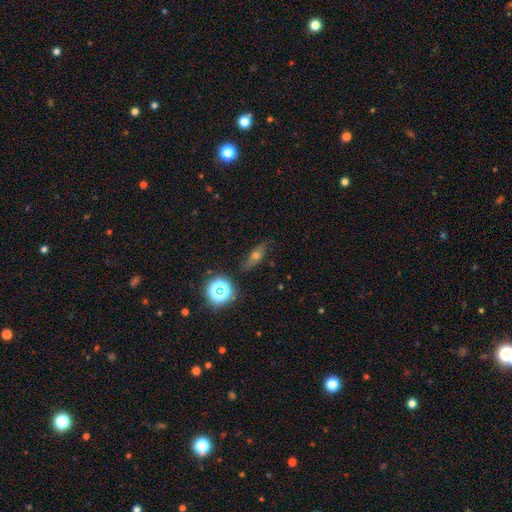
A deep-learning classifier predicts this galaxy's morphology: This appears to be a smooth galaxy with no disk features (46%). Merging: none (79%).